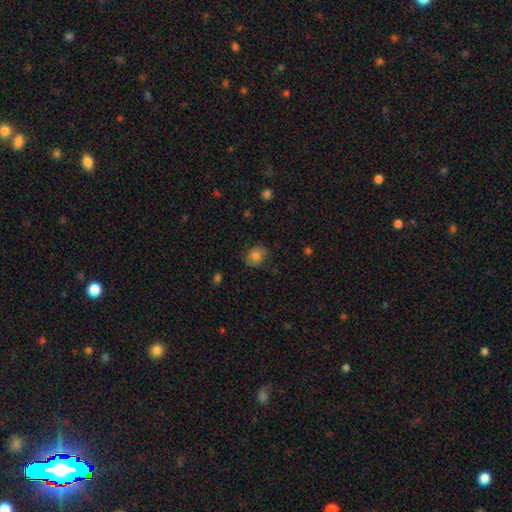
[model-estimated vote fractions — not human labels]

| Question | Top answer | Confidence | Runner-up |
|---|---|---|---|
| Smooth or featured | smooth | 77% | featured or disk (13%) |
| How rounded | round | 61% | in between (38%) |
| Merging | none | 75% | minor disturbance (19%) |